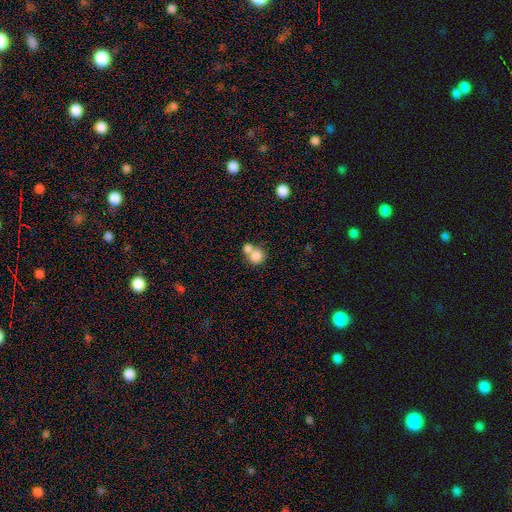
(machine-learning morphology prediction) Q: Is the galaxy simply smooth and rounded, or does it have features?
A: smooth — 81%.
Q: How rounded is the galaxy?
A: round — 82%.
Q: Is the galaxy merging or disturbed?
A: merger — 58%.